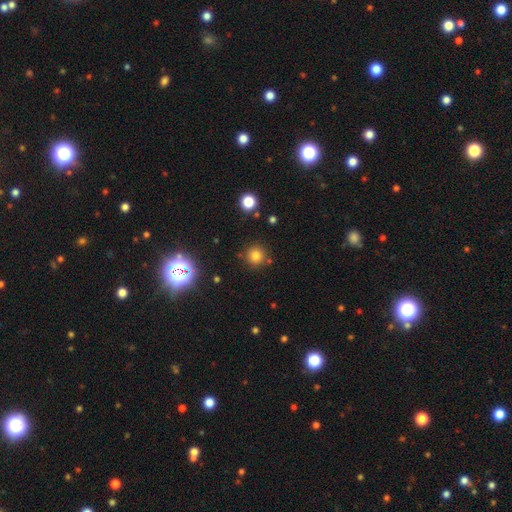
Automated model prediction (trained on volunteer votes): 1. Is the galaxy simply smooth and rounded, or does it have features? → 76% smooth, 18% star or artifact, 7% featured or disk.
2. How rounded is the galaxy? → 94% round, 5% in between, 1% cigar-shaped.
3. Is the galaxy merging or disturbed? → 84% none, 8% minor disturbance, 5% merger, 3% major disturbance.